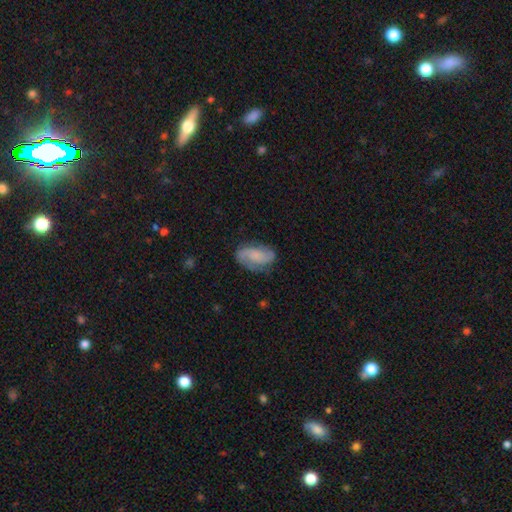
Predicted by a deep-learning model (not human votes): Morphology: type=featured or disk (66%); edge-on=no (97%); bar=no (59%); spiral arms=yes (93%); winding=medium (44%); arm count=2 (84%); bulge=none (48%); merging=none (71%).